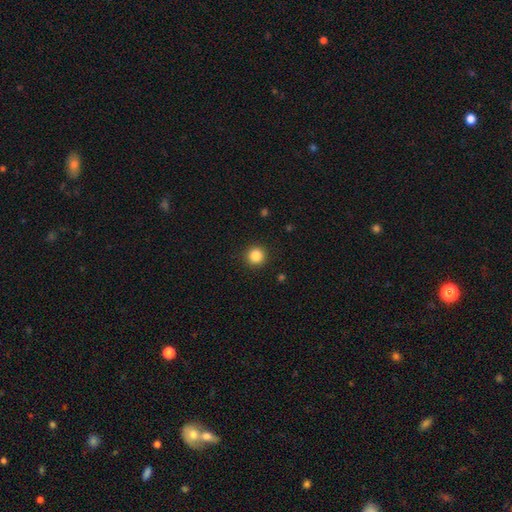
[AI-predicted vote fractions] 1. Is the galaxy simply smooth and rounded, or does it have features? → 85% smooth, 11% star or artifact, 4% featured or disk.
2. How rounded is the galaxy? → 95% round, 4% in between, 1% cigar-shaped.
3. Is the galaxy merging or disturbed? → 92% none, 5% minor disturbance, 2% major disturbance, 1% merger.